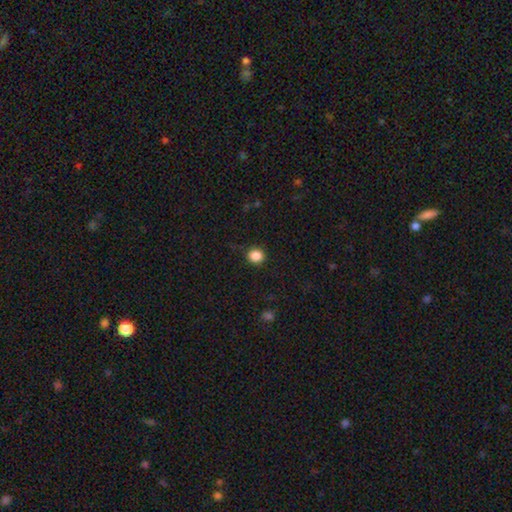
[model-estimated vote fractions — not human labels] A smooth galaxy with no disk features (86%) that is round (80%). Merging: none (87%).